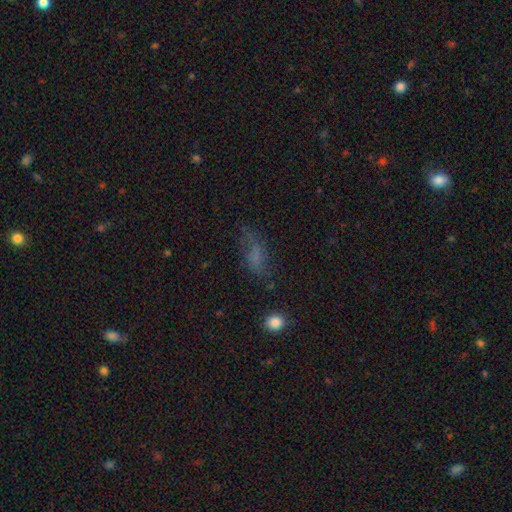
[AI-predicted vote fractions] A smooth galaxy with no disk features (55%) that is in between round and cigar-shaped (74%). Merging: none (53%).